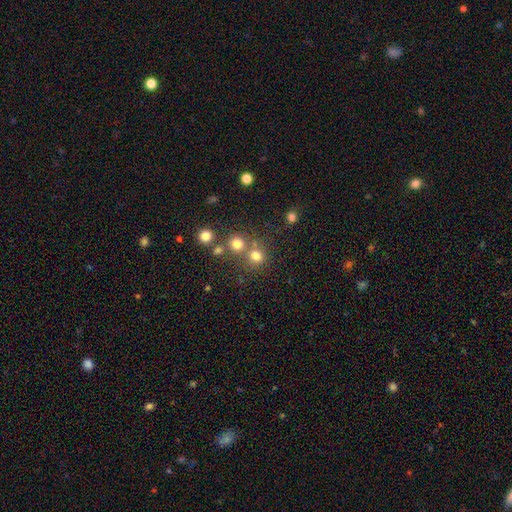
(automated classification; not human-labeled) A smooth galaxy with no disk features (75%) that is round (88%).

Vote fractions:
- Smooth or featured? smooth: 75% / star or artifact: 17% / featured or disk: 8%
- How rounded? round: 88% / in between: 11% / cigar-shaped: 1%
- Merging? none: 63% / merger: 26% / minor disturbance: 8% / major disturbance: 4%